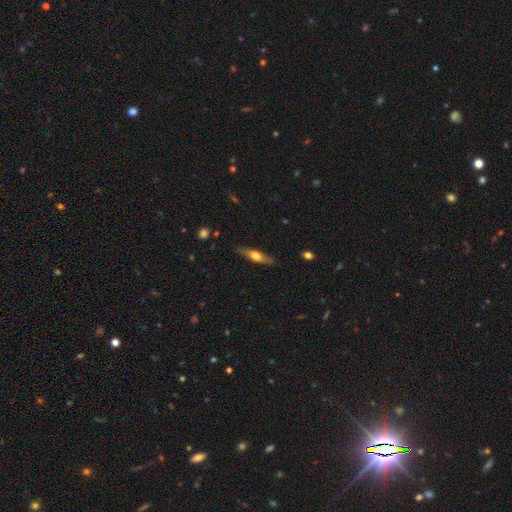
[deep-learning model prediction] The model was most divided on "smooth or featured": featured or disk: 51%, smooth: 43%, star or artifact: 6%. More confident: edge-on disk — yes (91%); merging — none (86%).